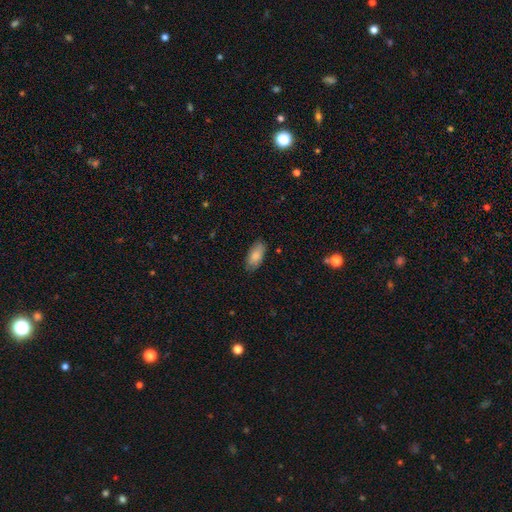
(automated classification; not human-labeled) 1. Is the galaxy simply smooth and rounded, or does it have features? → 84% smooth, 10% featured or disk, 6% star or artifact.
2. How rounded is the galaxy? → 91% in between, 6% cigar-shaped, 2% round.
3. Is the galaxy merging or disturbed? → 83% none, 13% minor disturbance, 3% major disturbance, 1% merger.